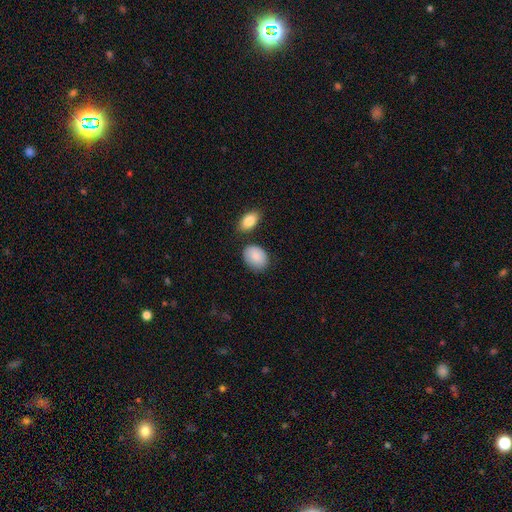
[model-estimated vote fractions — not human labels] Smooth or featured? smooth (87%)
How rounded? in between (76%)
Merging? none (70%)